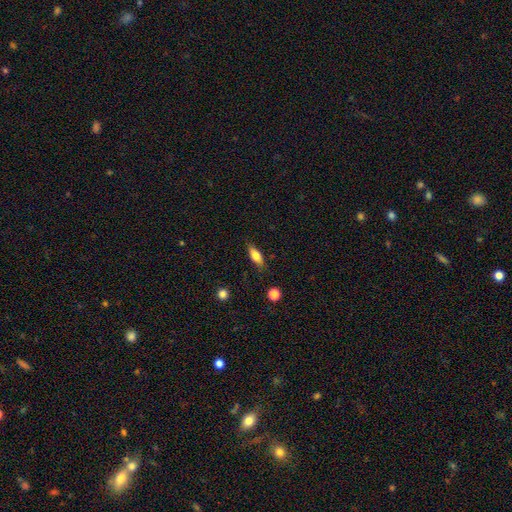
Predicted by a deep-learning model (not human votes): Smooth or featured: smooth — 72% (featured or disk — 21%)
How rounded: in between — 69% (cigar-shaped — 27%)
Merging: none — 83% (minor disturbance — 13%)